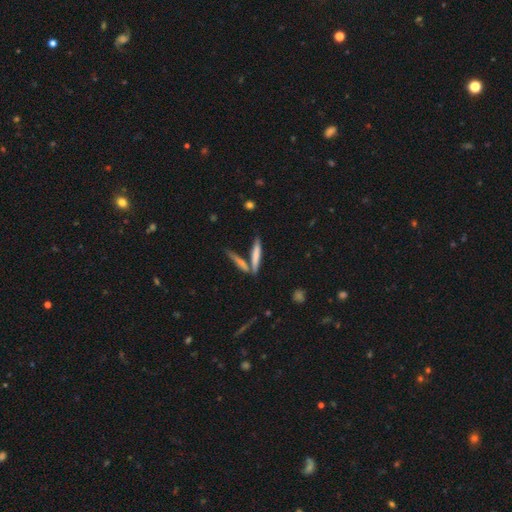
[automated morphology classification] smooth 64%, featured or disk 29%, star or artifact 7%. Down the decision tree: how rounded — cigar-shaped (89%); merging — none (62%).